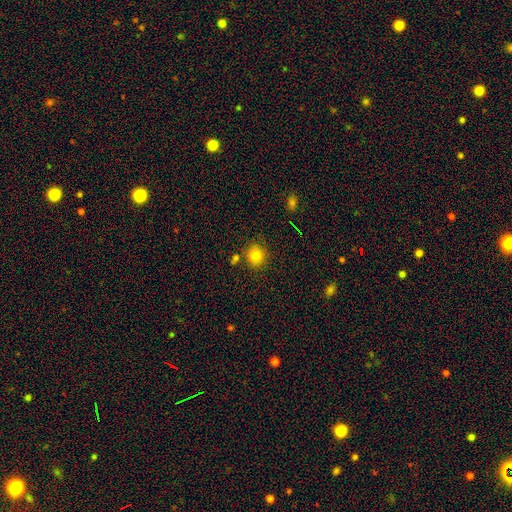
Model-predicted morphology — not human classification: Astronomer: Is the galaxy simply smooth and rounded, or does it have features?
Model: smooth — 81%.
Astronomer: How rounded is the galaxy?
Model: round — 85%.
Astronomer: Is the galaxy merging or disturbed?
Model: none — 80%.